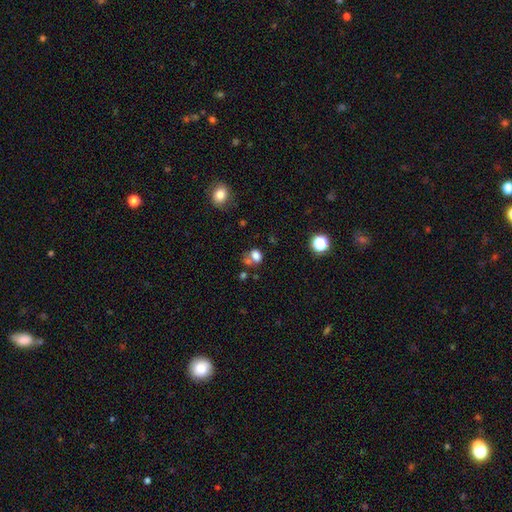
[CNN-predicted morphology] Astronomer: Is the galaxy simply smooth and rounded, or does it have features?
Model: smooth — 74%.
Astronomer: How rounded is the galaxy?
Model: in between — 56% (runner-up: round, 42%).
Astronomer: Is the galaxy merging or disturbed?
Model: none — 45% (runner-up: merger, 31%).